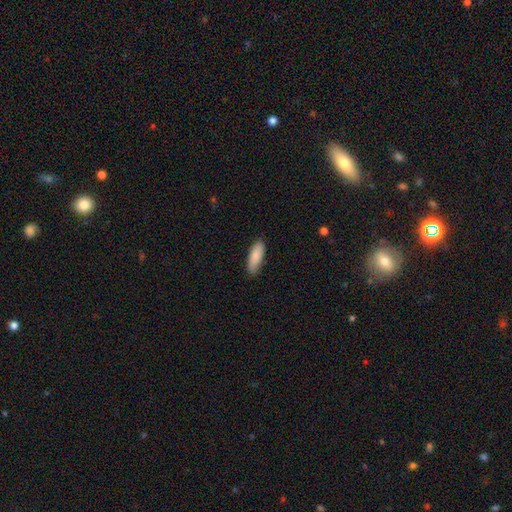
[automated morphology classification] Smooth or featured? smooth (87%)
How rounded? in between (65%)
Merging? none (85%)